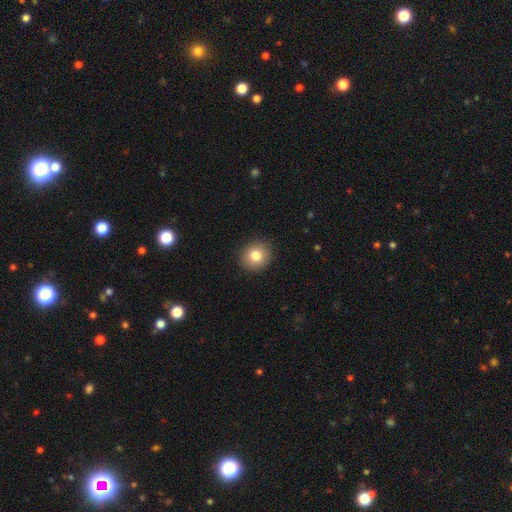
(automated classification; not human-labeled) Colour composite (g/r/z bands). It shows a smooth galaxy with no disk features (81%) that is round (81%). Merging: none (92%).